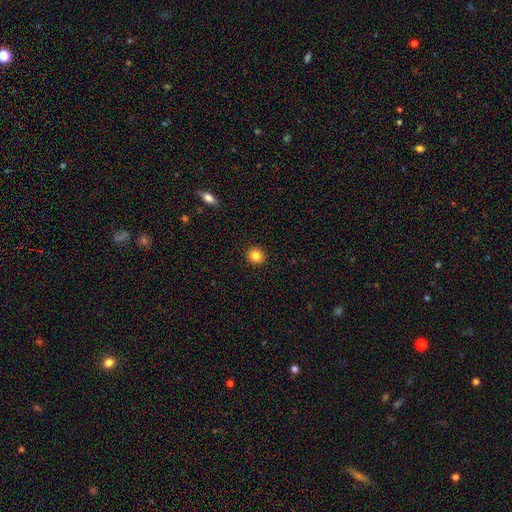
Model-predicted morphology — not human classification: Smooth or featured: smooth — 84% (star or artifact — 11%)
How rounded: round — 91% (in between — 8%)
Merging: none — 93% (minor disturbance — 5%)